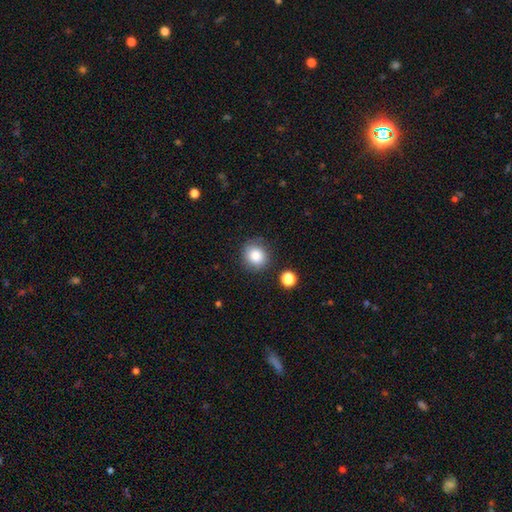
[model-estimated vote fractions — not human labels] smooth-or-featured: smooth: 83% | star or artifact: 9% | featured or disk: 7%
  how-rounded: round: 84% | in between: 15% | cigar-shaped: 1%
  merging: none: 79% | minor disturbance: 13% | major disturbance: 4% | merger: 4%